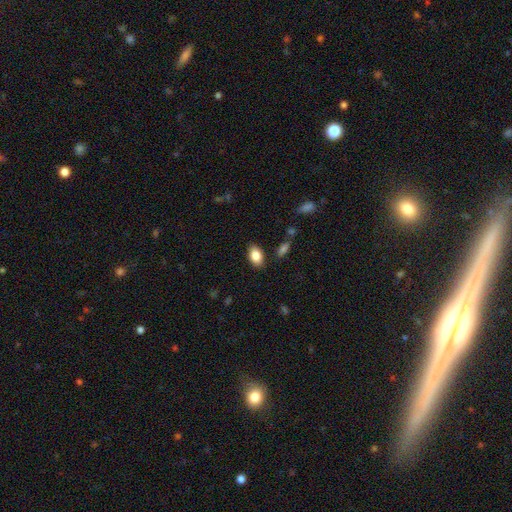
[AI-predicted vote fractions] Smooth or featured? smooth (85%)
How rounded? in between (90%)
Merging? none (85%)